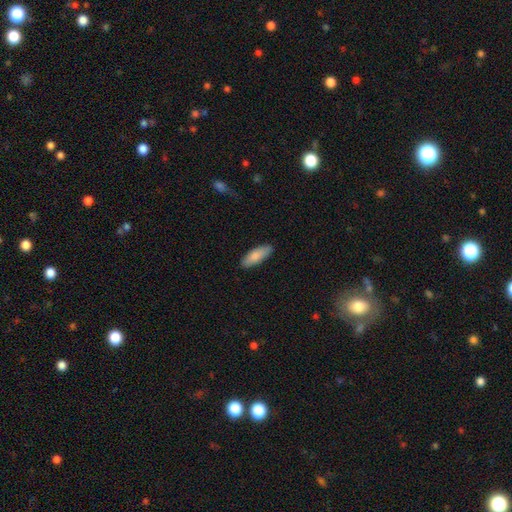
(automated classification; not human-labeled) Overall: smooth (85%). How rounded: in between (67%; cigar-shaped 31%). Merging: none (87%).